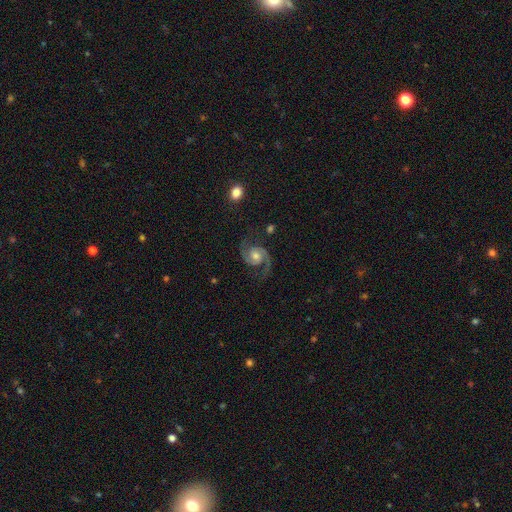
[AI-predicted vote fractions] A featured or disk galaxy (91%) with no bar (65%), 2 (94%) medium (60%) spiral arms (98%) and a moderate central bulge (62%). Merging: none (80%).